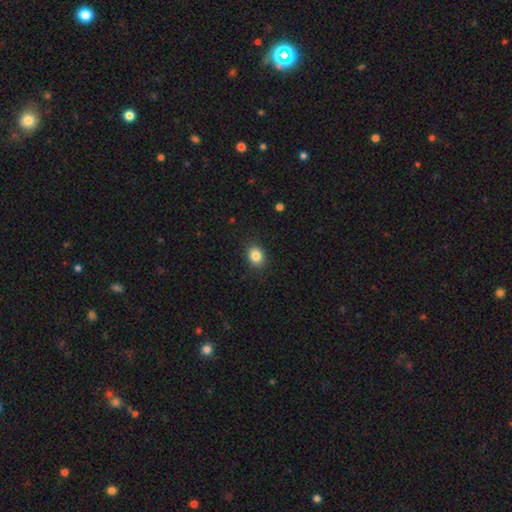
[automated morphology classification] A smooth galaxy with no disk features (85%) that is in between round and cigar-shaped (54%).

Vote fractions:
- Smooth or featured? smooth: 85% / star or artifact: 10% / featured or disk: 5%
- How rounded? in between: 54% / round: 45% / cigar-shaped: 1%
- Merging? none: 88% / minor disturbance: 9% / major disturbance: 2% / merger: 1%